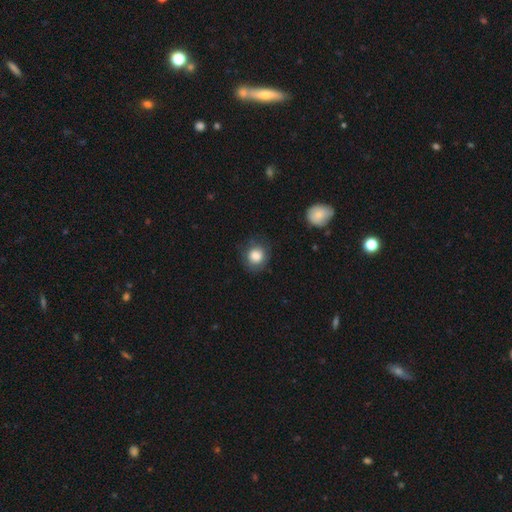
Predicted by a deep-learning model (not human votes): A smooth galaxy with no disk features (83%) that is round (84%). Merging: none (77%).